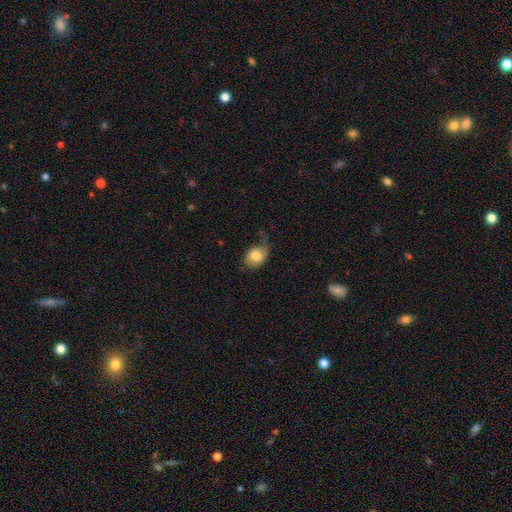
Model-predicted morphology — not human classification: smooth-or-featured: smooth: 72% | featured or disk: 20% | star or artifact: 8%
  how-rounded: in between: 67% | round: 32% | cigar-shaped: 1%
  merging: none: 43% | minor disturbance: 34% | major disturbance: 21% | merger: 3%